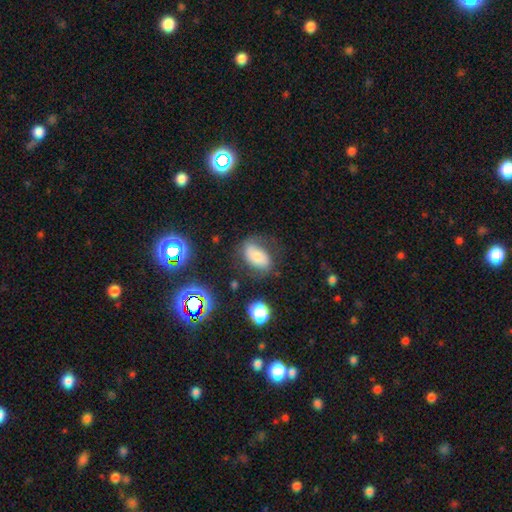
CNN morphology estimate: The model was most divided on "smooth or featured": smooth: 59%, featured or disk: 26%, star or artifact: 15%. More confident: how rounded — in between (87%); merging — none (65%).